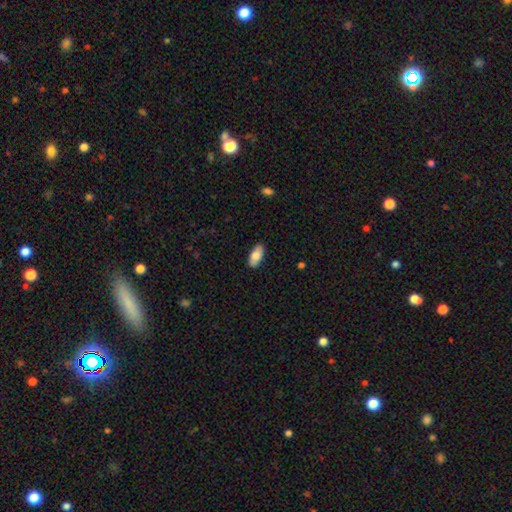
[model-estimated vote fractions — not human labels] Smooth or featured: smooth — 75% (featured or disk — 19%)
How rounded: in between — 90% (cigar-shaped — 8%)
Merging: none — 88% (minor disturbance — 10%)